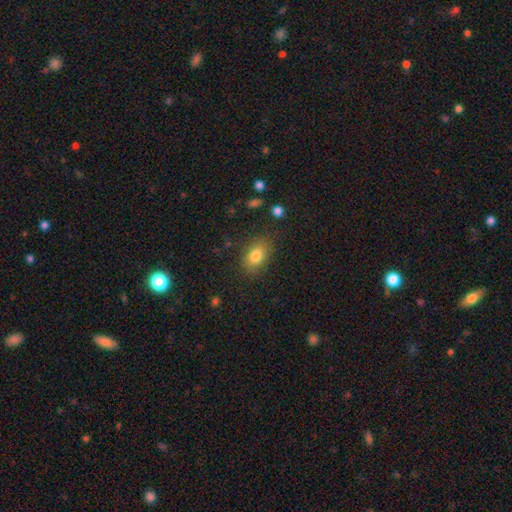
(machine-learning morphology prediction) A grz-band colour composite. It shows a smooth galaxy with no disk features (81%) that is in between round and cigar-shaped (80%). Merging: none (80%).